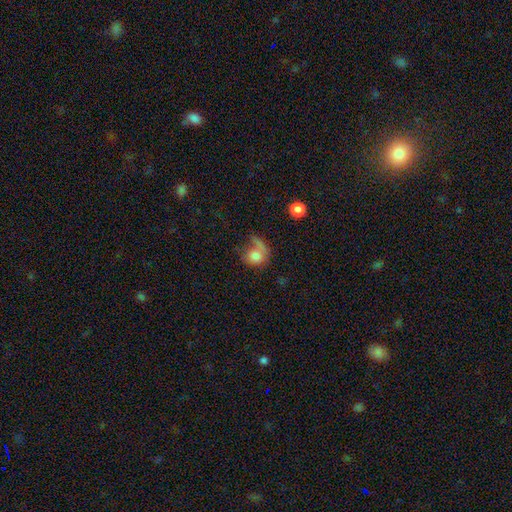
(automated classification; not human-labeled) smooth-or-featured: smooth: 65% | featured or disk: 25% | star or artifact: 10%
  how-rounded: round: 65% | in between: 34% | cigar-shaped: 2%
  merging: major disturbance: 34% | none: 33% | minor disturbance: 17% | merger: 16%